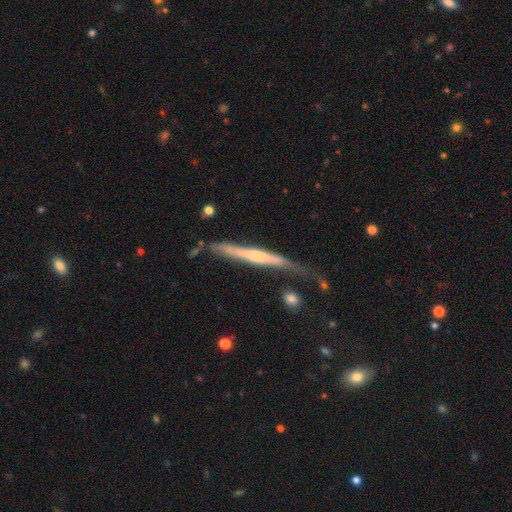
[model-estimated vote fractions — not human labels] Q: Smooth or featured?
A: featured or disk (58%); runner-up: smooth (35%)
Q: Edge-on disk?
A: yes (92%); runner-up: no (8%)
Q: Edge-on bulge?
A: none (51%); runner-up: rounded (28%)
Q: Merging?
A: none (56%); runner-up: minor disturbance (27%)